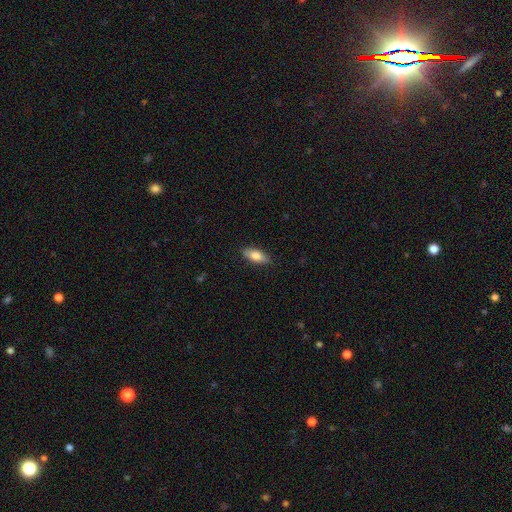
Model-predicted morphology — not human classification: Overall: smooth (77%). How rounded: in between (77%). Merging: none (88%).